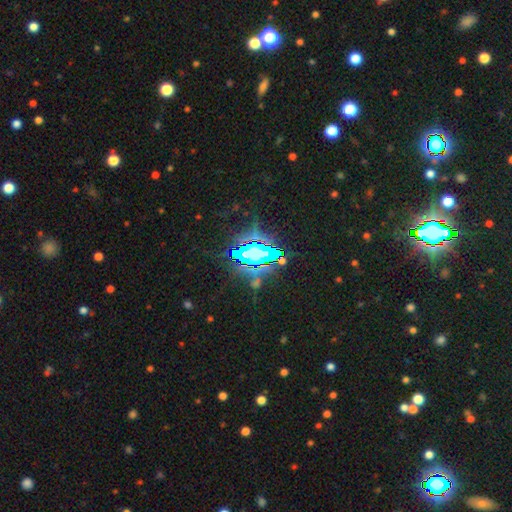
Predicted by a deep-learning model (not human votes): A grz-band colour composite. It shows a star or artifact, not a galaxy (76%).